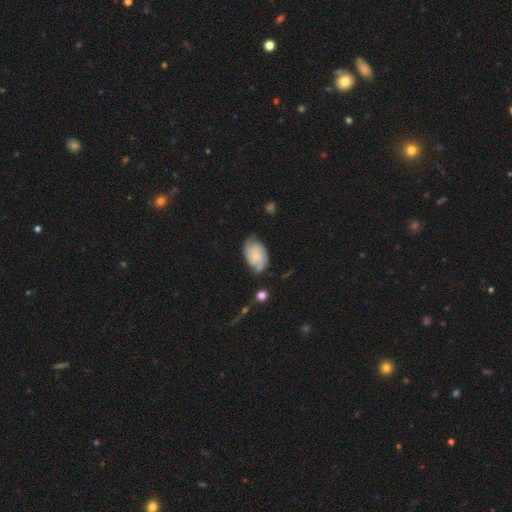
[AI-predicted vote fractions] This is likely a featured or disk galaxy (66%). It is clearly not viewed edge-on (97%). Bar: likely no (73%). Spiral arm pattern: clearly yes (93%). Spiral arm count: marginally 2 (45%). Spiral winding: possibly tight (51%). Central bulge: likely small (70%). Merging: likely none (65%).